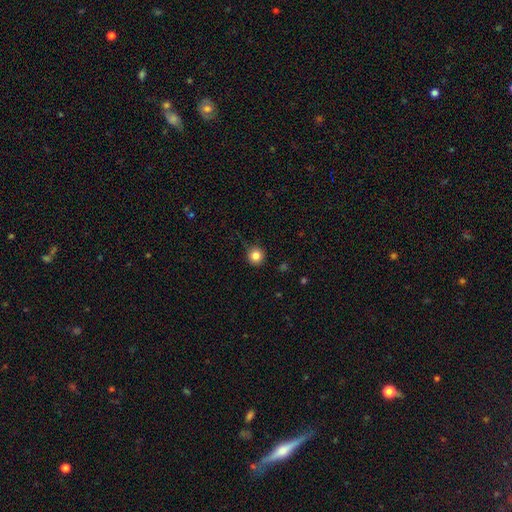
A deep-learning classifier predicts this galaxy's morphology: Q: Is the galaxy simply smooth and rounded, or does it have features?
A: smooth — 84%.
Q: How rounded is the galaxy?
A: round — 95%.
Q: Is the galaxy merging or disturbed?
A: none — 85%.